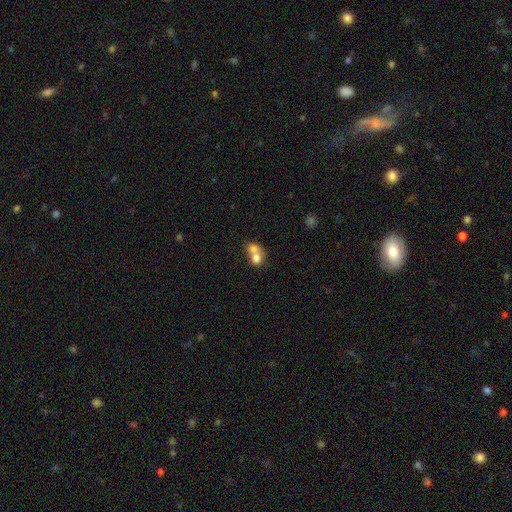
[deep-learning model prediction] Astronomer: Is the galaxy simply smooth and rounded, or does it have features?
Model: smooth — 71%.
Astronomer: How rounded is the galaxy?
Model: round — 66%.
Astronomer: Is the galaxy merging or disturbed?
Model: merger — 71%.